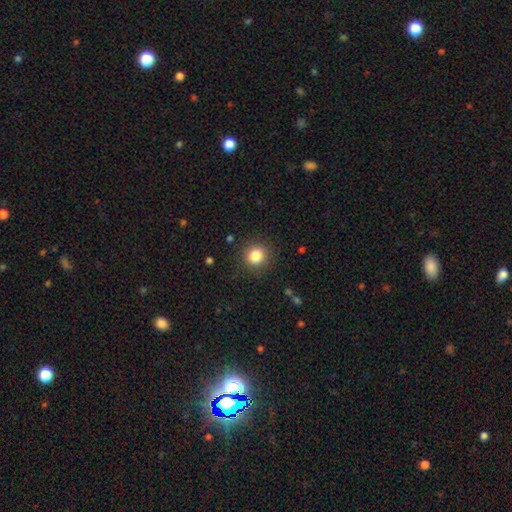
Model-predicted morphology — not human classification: The model was most divided on "smooth or featured": smooth: 83%, star or artifact: 11%, featured or disk: 6%. More confident: merging — none (89%); how rounded — round (88%).